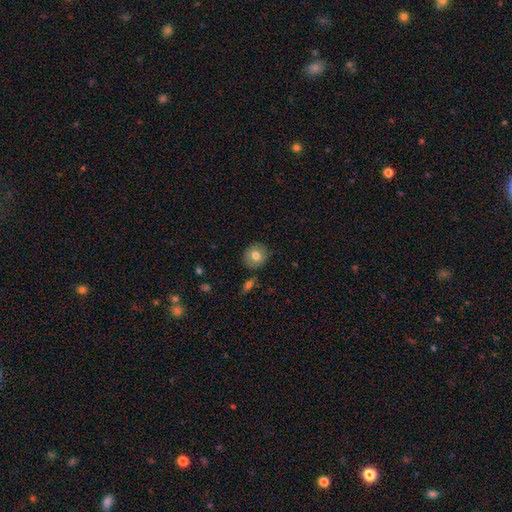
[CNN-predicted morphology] Overall: smooth (73%). How rounded: round (87%). Merging: none (83%).